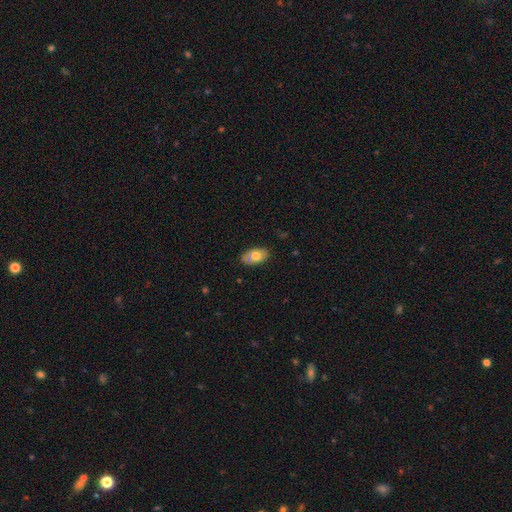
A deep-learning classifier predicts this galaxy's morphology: Smooth or featured? smooth (70%)
How rounded? in between (92%)
Merging? none (75%)